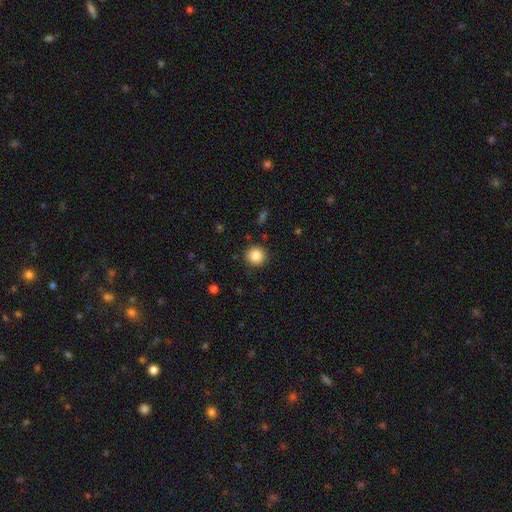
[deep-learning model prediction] Smooth or featured? Predicted: smooth (p=0.85). How rounded? Predicted: round (p=0.93). Merging? Predicted: none (p=0.90).